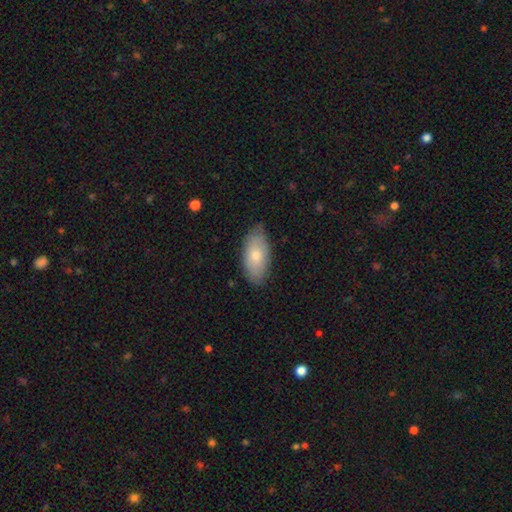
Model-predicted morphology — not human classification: Smooth or featured? Predicted: smooth (p=0.74). How rounded? Predicted: in between (p=0.92). Merging? Predicted: none (p=0.79).